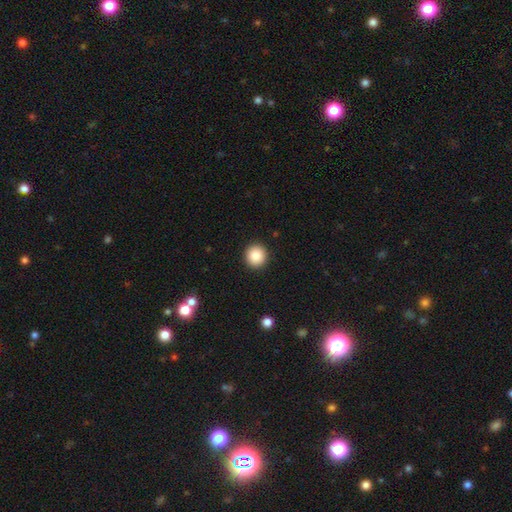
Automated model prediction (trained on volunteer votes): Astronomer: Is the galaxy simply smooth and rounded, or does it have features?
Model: smooth — 86%.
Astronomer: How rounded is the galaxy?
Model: round — 93%.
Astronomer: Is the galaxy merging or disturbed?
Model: none — 93%.